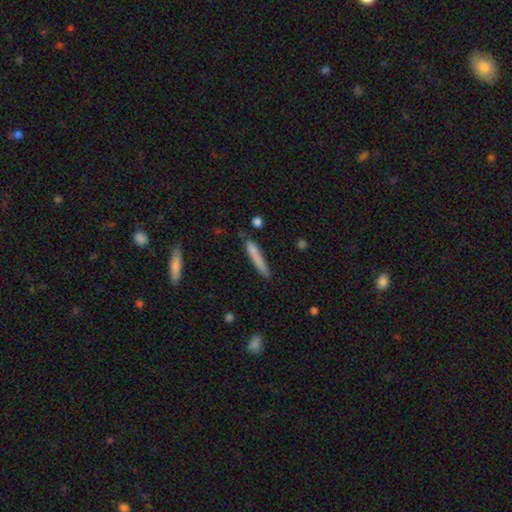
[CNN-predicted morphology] A smooth galaxy with no disk features (75%) that is cigar-shaped (94%). Merging: none (79%).